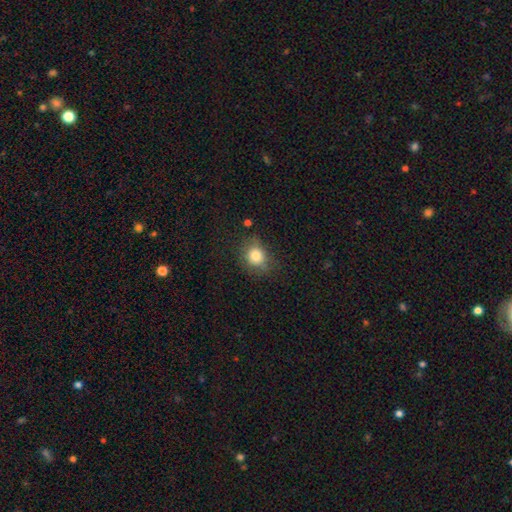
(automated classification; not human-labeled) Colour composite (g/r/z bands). It shows a smooth galaxy with no disk features (80%) that is round (69%). Merging: none (66%).